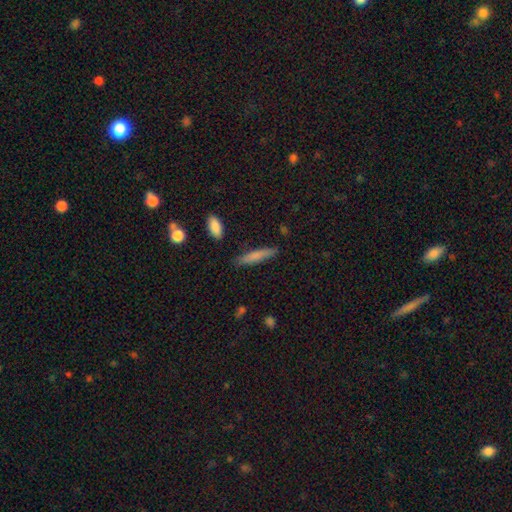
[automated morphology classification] type=smooth (76%); roundness=cigar-shaped (87%); merging=none (84%).